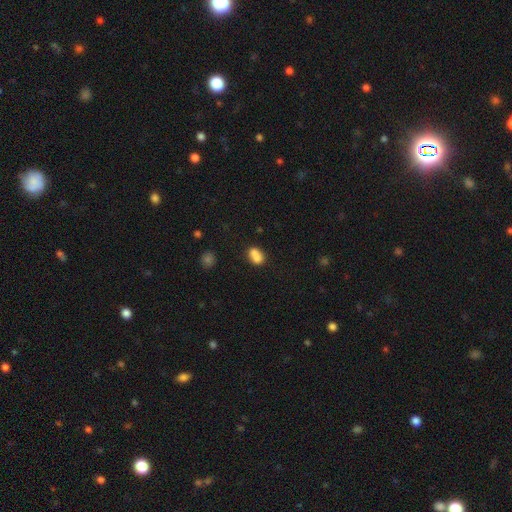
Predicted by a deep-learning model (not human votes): Smooth or featured? Predicted: smooth (p=0.81). How rounded? Predicted: in between (p=0.75). Merging? Predicted: none (p=0.52).